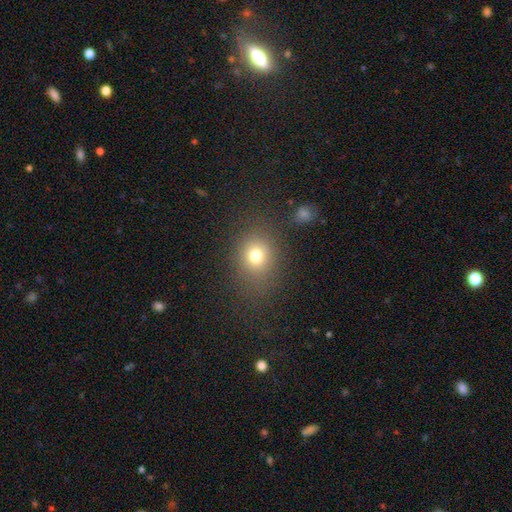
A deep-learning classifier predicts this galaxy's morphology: Smooth or featured? Predicted: smooth (p=0.75). How rounded? Predicted: round (p=0.58). Merging? Predicted: none (p=0.77).